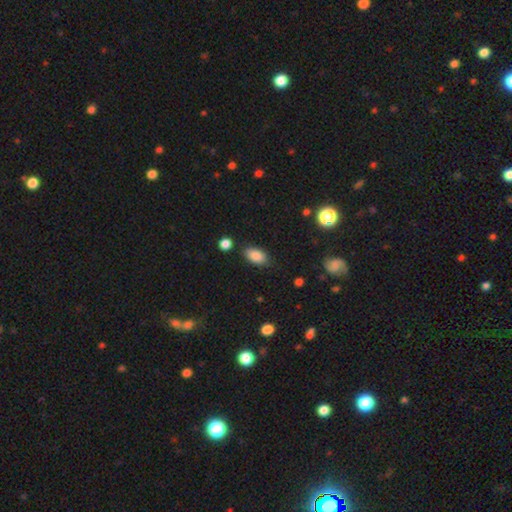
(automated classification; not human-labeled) Q: Smooth or featured?
A: smooth (86%); runner-up: star or artifact (8%)
Q: How rounded?
A: in between (91%); runner-up: round (5%)
Q: Merging?
A: none (81%); runner-up: minor disturbance (13%)